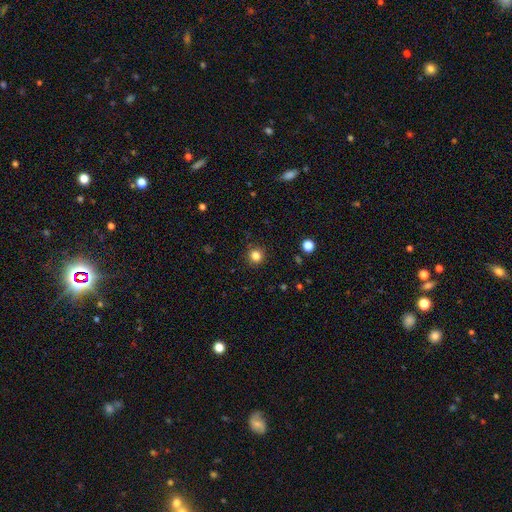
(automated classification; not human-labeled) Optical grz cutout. It shows a smooth galaxy with no disk features (83%) that is round (93%). Merging: none (91%).